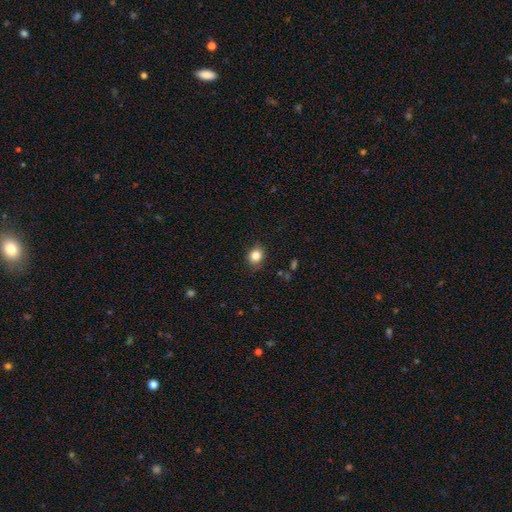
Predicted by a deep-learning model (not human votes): Morphology: type=smooth (83%); roundness=round (62%); merging=none (82%).